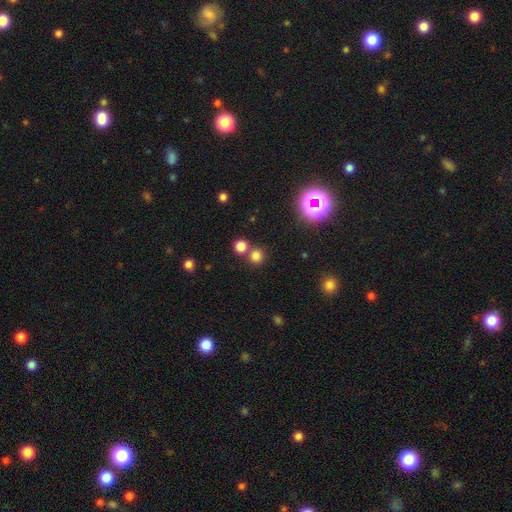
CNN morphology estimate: smooth-or-featured: smooth: 75% | star or artifact: 19% | featured or disk: 6%
  how-rounded: round: 91% | in between: 8% | cigar-shaped: 1%
  merging: none: 70% | merger: 21% | minor disturbance: 6% | major disturbance: 3%